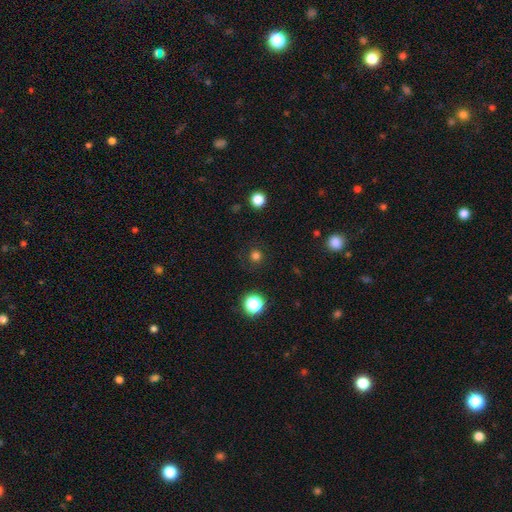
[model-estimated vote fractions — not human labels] smooth_or_featured: smooth (p=0.76) [alt: star or artifact p=0.20]
how_rounded: round (p=0.95) [alt: in between p=0.04]
merging: none (p=0.88) [alt: minor disturbance p=0.07]